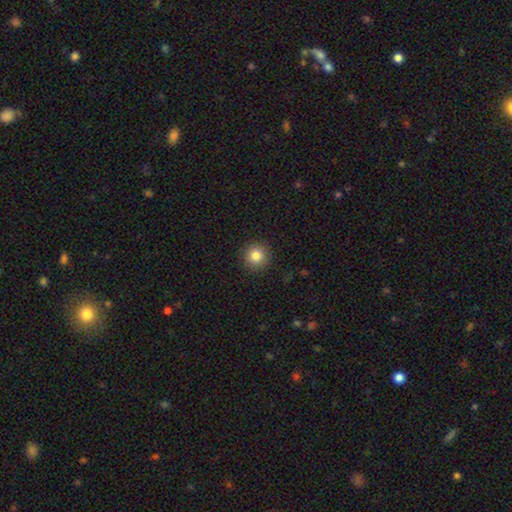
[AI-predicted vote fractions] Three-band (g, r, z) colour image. It shows a smooth galaxy with no disk features (84%) that is round (95%). Merging: none (91%).